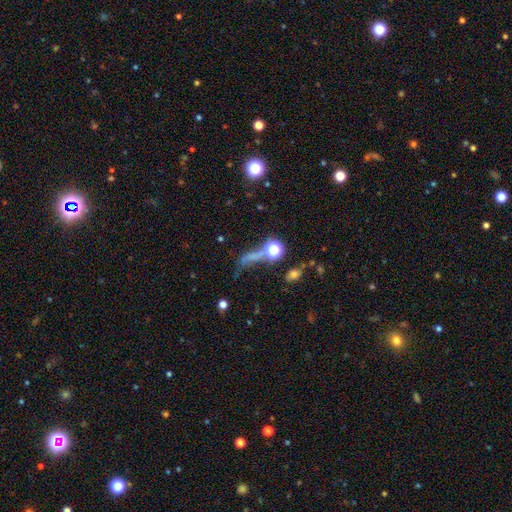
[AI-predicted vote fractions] This appears to be a smooth galaxy with no disk features (44%). Merging: none (41%).